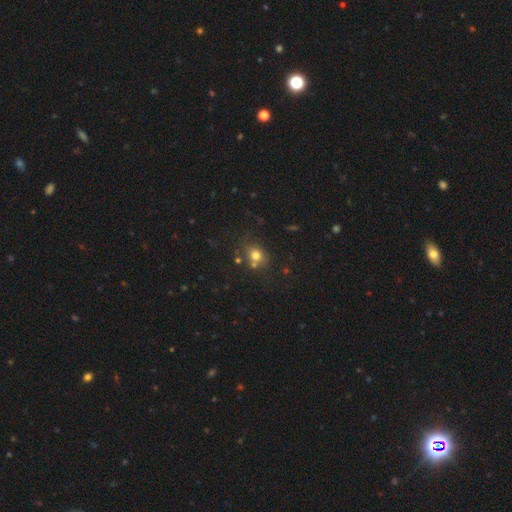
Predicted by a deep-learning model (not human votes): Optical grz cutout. It shows a smooth galaxy with no disk features (74%) that is round (67%). Merging: none (66%).